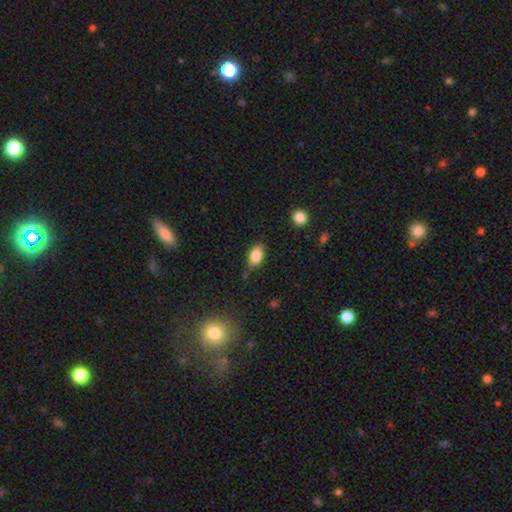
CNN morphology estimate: A smooth galaxy with no disk features (84%) that is in between round and cigar-shaped (90%). Merging: none (72%).